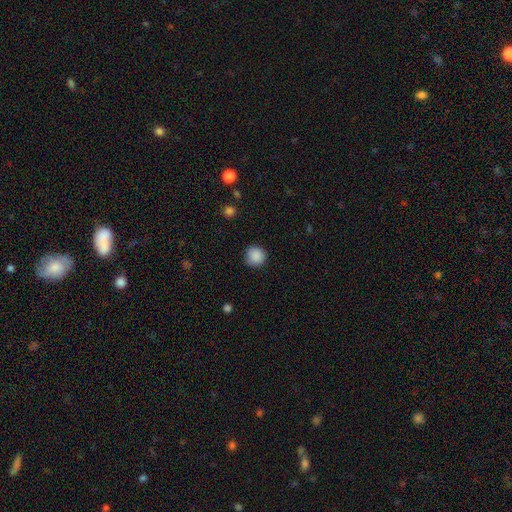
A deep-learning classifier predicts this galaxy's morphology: smooth-or-featured: smooth: 88% | star or artifact: 9% | featured or disk: 3%
  how-rounded: round: 93% | in between: 6% | cigar-shaped: 1%
  merging: none: 86% | minor disturbance: 11% | major disturbance: 3% | merger: 1%